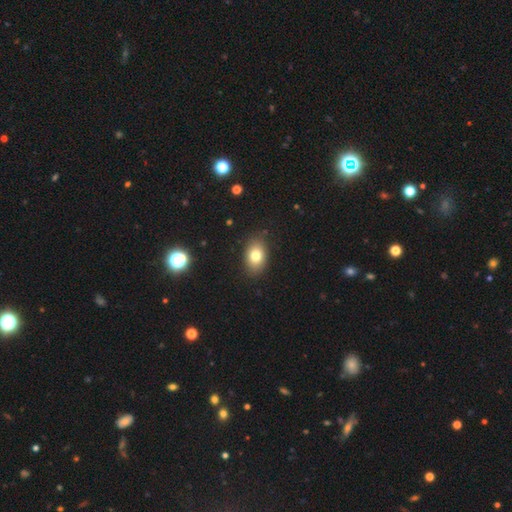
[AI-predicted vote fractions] smooth-or-featured: smooth: 78% | featured or disk: 11% | star or artifact: 10%
  how-rounded: in between: 82% | round: 17% | cigar-shaped: 1%
  merging: none: 87% | minor disturbance: 10% | major disturbance: 3% | merger: 1%